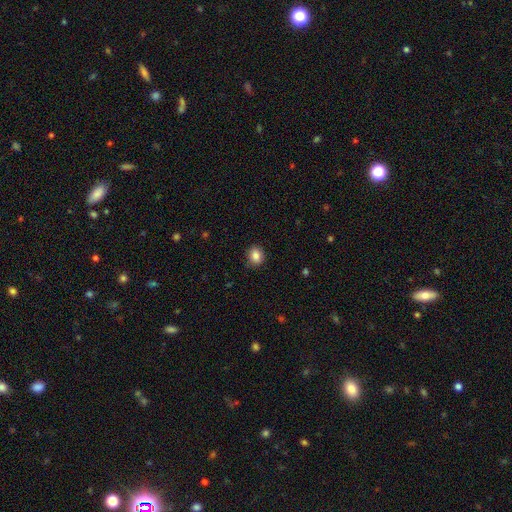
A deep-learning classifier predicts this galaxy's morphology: Smooth or featured: smooth — 85% (star or artifact — 9%)
How rounded: round — 62% (in between — 37%)
Merging: none — 87% (minor disturbance — 10%)